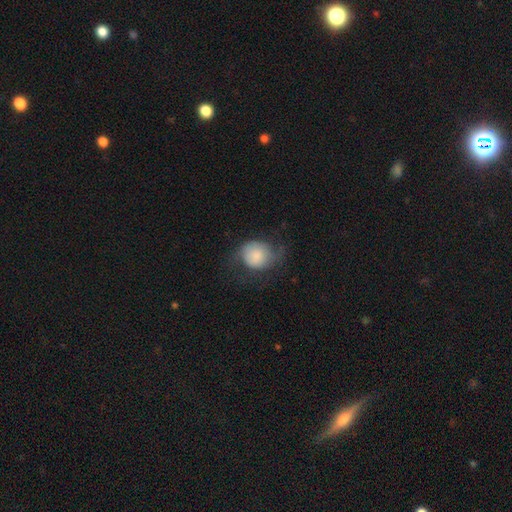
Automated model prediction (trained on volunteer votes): A smooth galaxy with no disk features (71%) that is round (70%). Merging: none (43%).